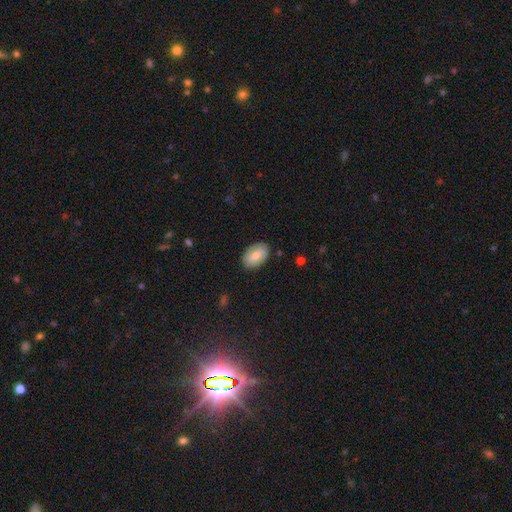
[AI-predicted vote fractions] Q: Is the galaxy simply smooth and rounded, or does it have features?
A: smooth — 62%.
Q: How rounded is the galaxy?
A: in between — 89%.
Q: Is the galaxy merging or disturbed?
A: none — 85%.